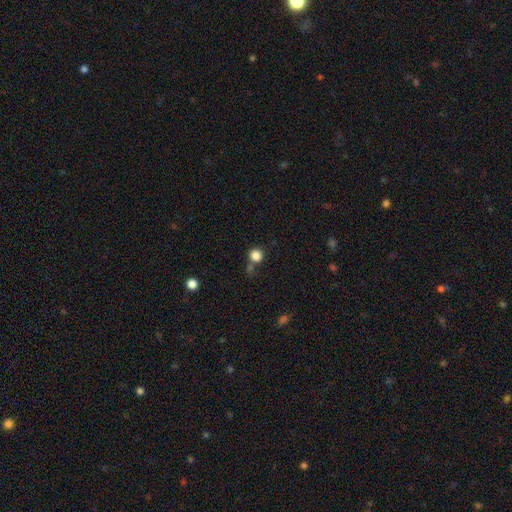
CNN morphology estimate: A smooth galaxy with no disk features (84%) that is round (92%). Merging: none (66%).